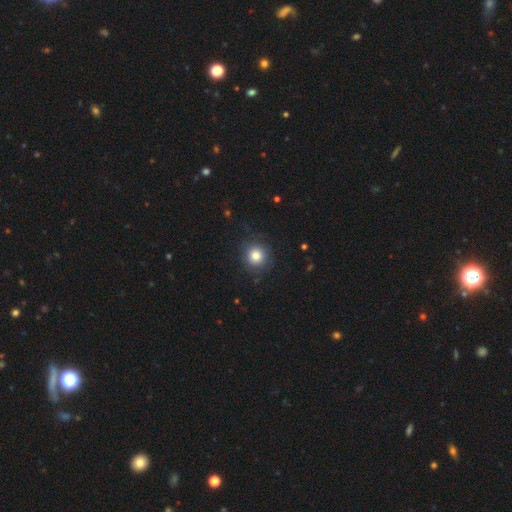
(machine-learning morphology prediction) smooth_or_featured: smooth (p=0.82) [alt: star or artifact p=0.11]
how_rounded: round (p=0.93) [alt: in between p=0.07]
merging: none (p=0.88) [alt: minor disturbance p=0.08]